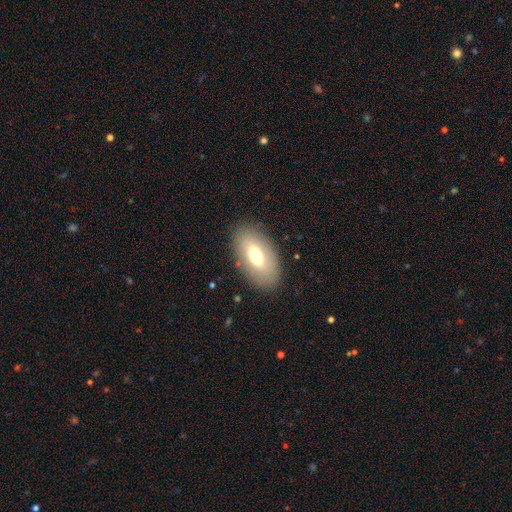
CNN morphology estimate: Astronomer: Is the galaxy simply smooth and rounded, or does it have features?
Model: smooth — 66%.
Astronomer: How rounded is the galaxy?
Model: in between — 92%.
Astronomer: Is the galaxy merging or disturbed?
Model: none — 86%.